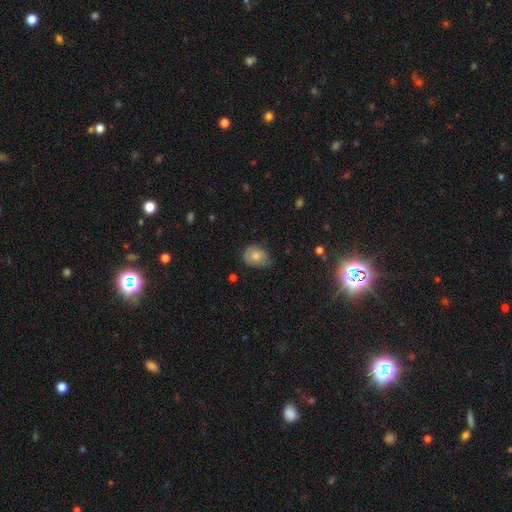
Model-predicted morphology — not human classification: This appears to be a smooth galaxy with no disk features (75%) that is in between round and cigar-shaped (54%). Merging: none (45%).